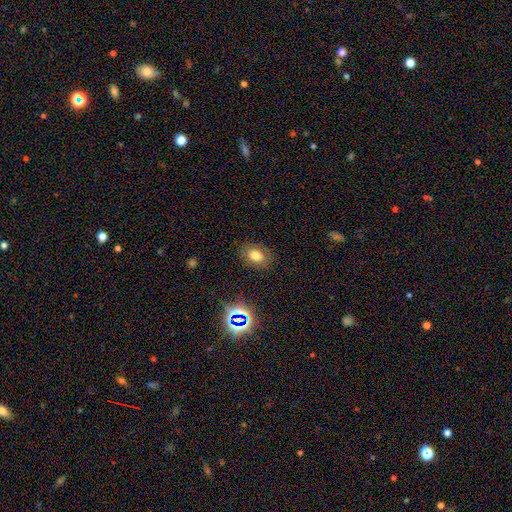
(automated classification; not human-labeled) Smooth or featured?
  - smooth: 72% *
  - star or artifact: 17%
  - featured or disk: 11%
How rounded?
  - in between: 72% *
  - round: 26%
  - cigar-shaped: 1%
Merging?
  - none: 85% *
  - minor disturbance: 10%
  - major disturbance: 4%
  - merger: 1%